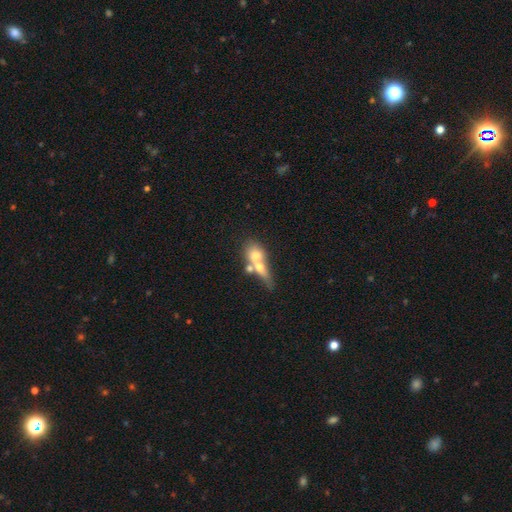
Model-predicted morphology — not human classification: smooth 58%, featured or disk 33%, star or artifact 9%. Down the decision tree: how rounded — in between (46%); merging — merger (68%).